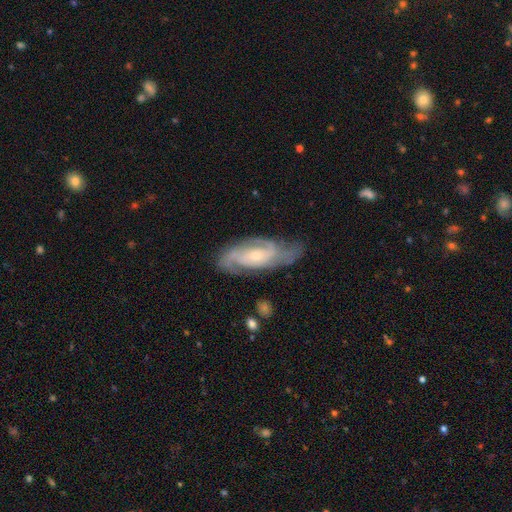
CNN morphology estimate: A featured or disk galaxy (86%) with no bar (57%), 2 (48%) tight (48%) spiral arms (96%) and a small central bulge (64%).

Vote fractions:
- Smooth or featured? featured or disk: 86% / smooth: 9% / star or artifact: 5%
- Edge-on disk? no: 93% / yes: 7%
- Bar? no: 57% / weak: 33% / strong: 10%
- Spiral arms? yes: 96% / no: 4%
- Spiral winding? tight: 48% / medium: 42% / loose: 10%
- Spiral arm count? 2: 48% / 3: 22% / can't tell: 17% / 4: 6% / 1: 4% / more than 4: 3%
- Bulge size? small: 64% / moderate: 32% / large: 2% / none: 1% / dominant: 1%
- Merging? none: 71% / minor disturbance: 20% / major disturbance: 7% / merger: 2%